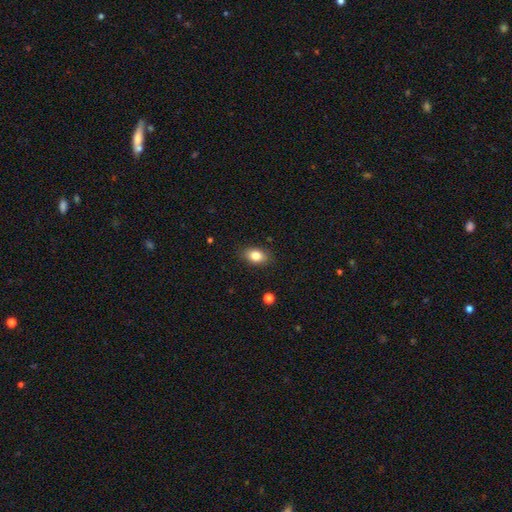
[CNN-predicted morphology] A smooth galaxy with no disk features (83%) that is in between round and cigar-shaped (83%). Merging: none (86%).